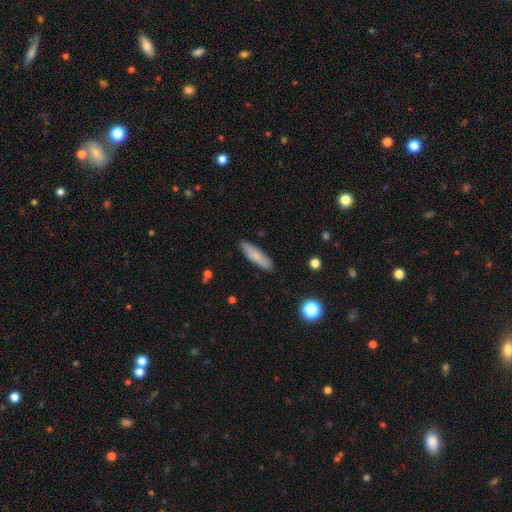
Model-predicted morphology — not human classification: This appears to be a smooth galaxy with no disk features (79%) that is cigar-shaped (75%). Merging: none (88%).